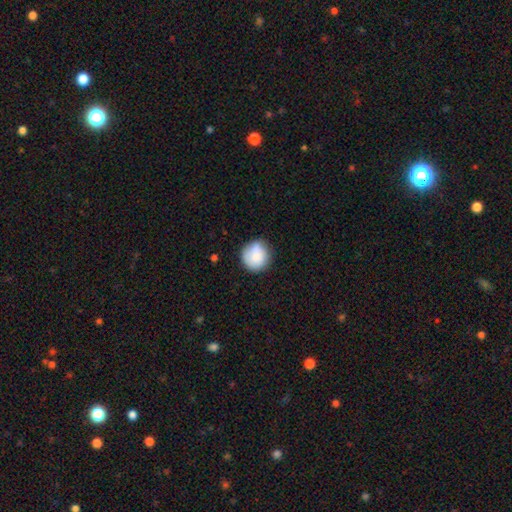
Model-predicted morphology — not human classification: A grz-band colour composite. It shows a smooth galaxy with no disk features (83%) that is round (92%). Merging: none (74%).